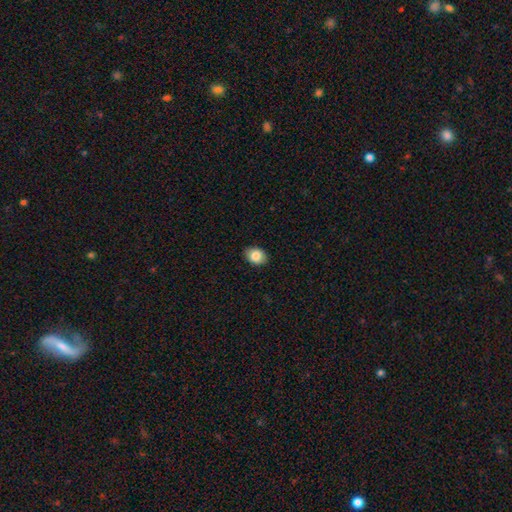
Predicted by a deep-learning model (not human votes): A smooth galaxy with no disk features (85%) that is in between round and cigar-shaped (65%).

Vote fractions:
- Smooth or featured? smooth: 85% / star or artifact: 8% / featured or disk: 7%
- How rounded? in between: 65% / round: 34% / cigar-shaped: 1%
- Merging? none: 89% / minor disturbance: 9% / major disturbance: 2% / merger: 1%